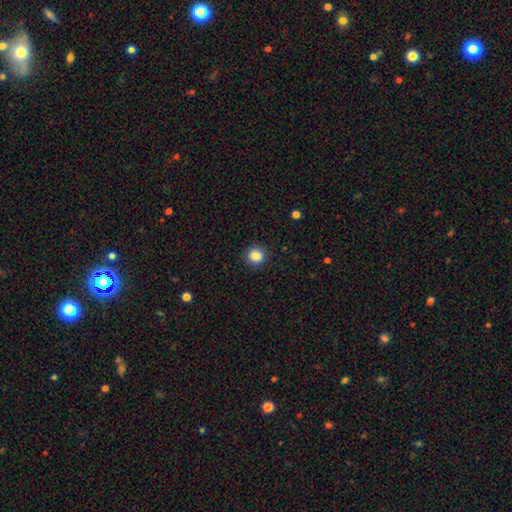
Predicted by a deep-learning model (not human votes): Overall: smooth (85%). How rounded: round (92%). Merging: none (91%).